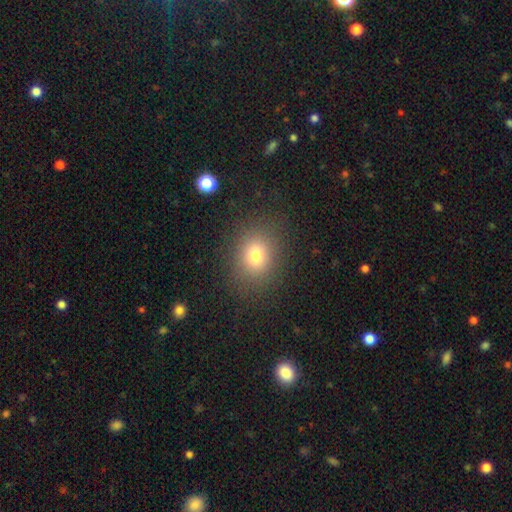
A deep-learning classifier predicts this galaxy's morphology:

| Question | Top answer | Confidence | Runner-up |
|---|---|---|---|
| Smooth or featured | smooth | 76% | star or artifact (15%) |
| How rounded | round | 60% | in between (39%) |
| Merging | none | 85% | minor disturbance (9%) |